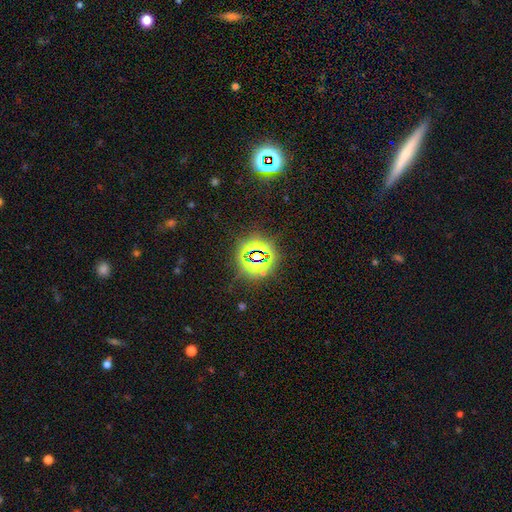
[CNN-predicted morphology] Smooth or featured? Predicted: star or artifact (p=0.77).